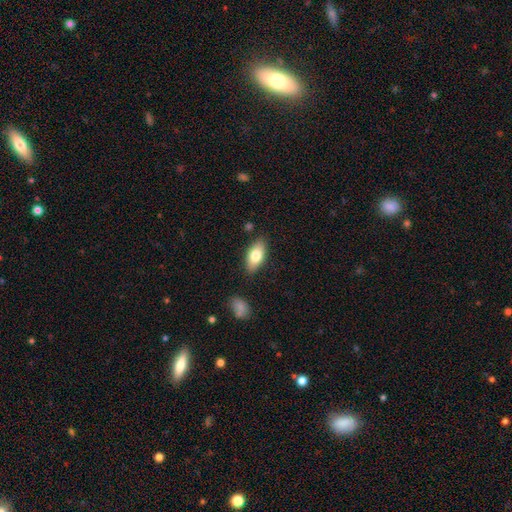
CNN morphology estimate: Q: Smooth or featured?
A: smooth (77%); runner-up: featured or disk (16%)
Q: How rounded?
A: in between (89%); runner-up: cigar-shaped (8%)
Q: Merging?
A: none (85%); runner-up: minor disturbance (11%)